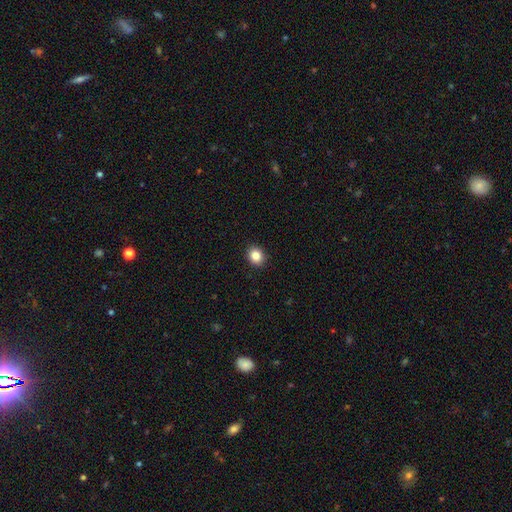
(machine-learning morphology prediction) Smooth or featured? Predicted: smooth (p=0.86). How rounded? Predicted: round (p=0.67). Merging? Predicted: none (p=0.92).